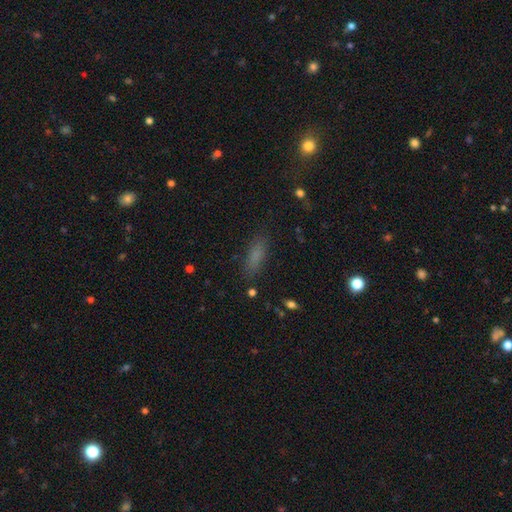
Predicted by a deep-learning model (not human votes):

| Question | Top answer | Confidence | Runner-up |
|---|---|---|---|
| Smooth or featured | smooth | 76% | star or artifact (14%) |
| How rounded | in between | 53% | cigar-shaped (44%) |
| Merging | none | 82% | minor disturbance (12%) |